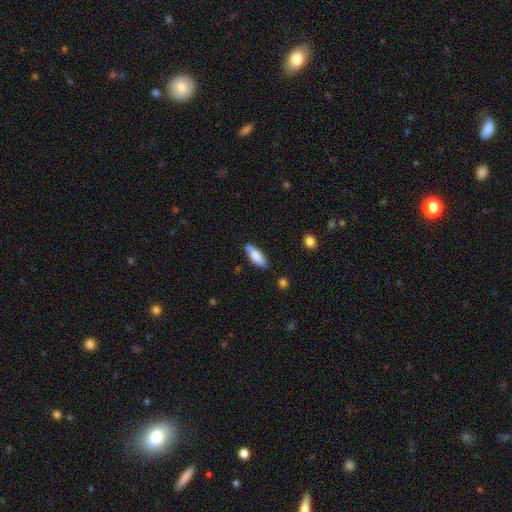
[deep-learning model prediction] The model was most divided on "how rounded": in between: 59%, cigar-shaped: 39%, round: 2%. More confident: merging — none (78%); smooth or featured — smooth (76%).